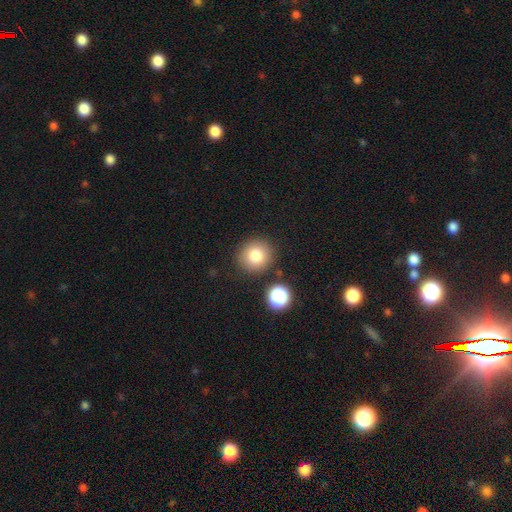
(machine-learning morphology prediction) Smooth or featured? Predicted: smooth (p=0.81). How rounded? Predicted: round (p=0.89). Merging? Predicted: none (p=0.85).